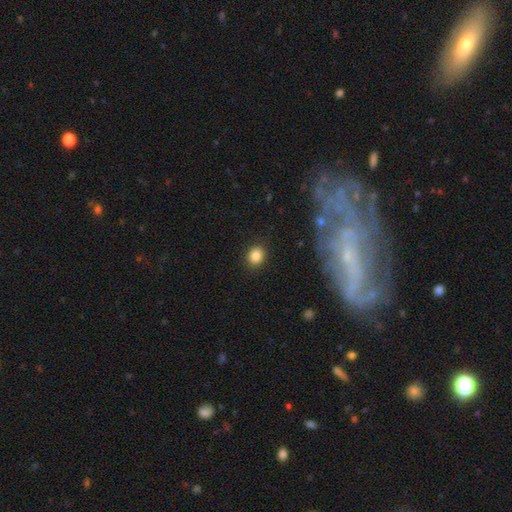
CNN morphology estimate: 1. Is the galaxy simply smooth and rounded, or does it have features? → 85% smooth, 10% star or artifact, 5% featured or disk.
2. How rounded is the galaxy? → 68% round, 31% in between, 1% cigar-shaped.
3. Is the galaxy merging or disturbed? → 88% none, 8% minor disturbance, 2% major disturbance, 1% merger.